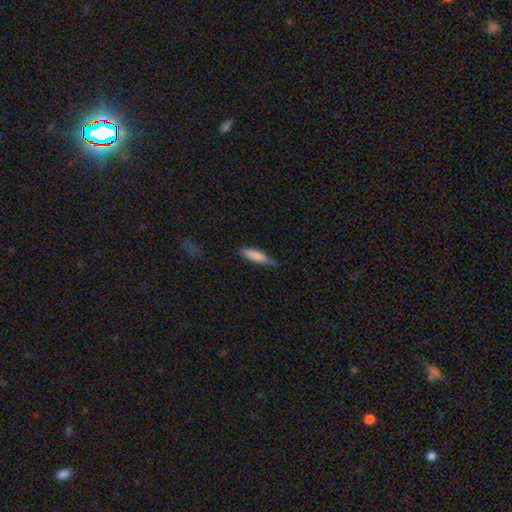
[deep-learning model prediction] A smooth galaxy with no disk features (81%) that is cigar-shaped (70%). Merging: none (58%).